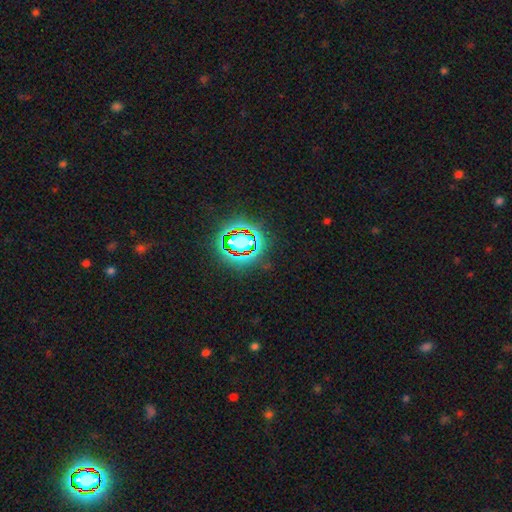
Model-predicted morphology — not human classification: The model was most divided on "smooth or featured": star or artifact: 82%, smooth: 11%, featured or disk: 7%.